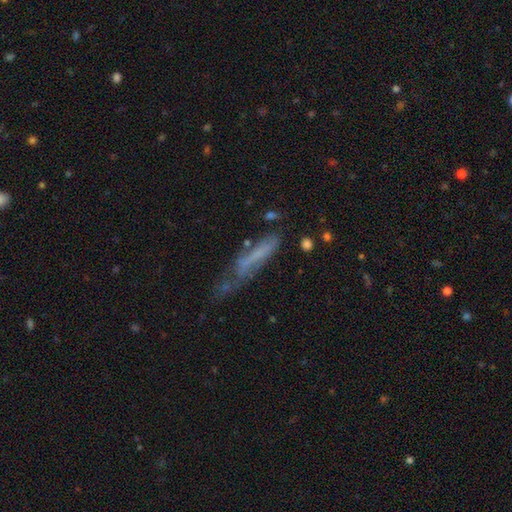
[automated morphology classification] type=smooth (47%); merging=none (37%).